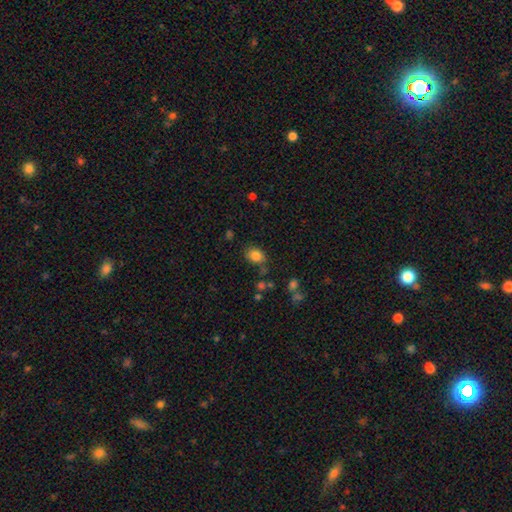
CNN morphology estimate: This appears to be a smooth galaxy with no disk features (83%) that is in between round and cigar-shaped (61%). Merging: none (74%).